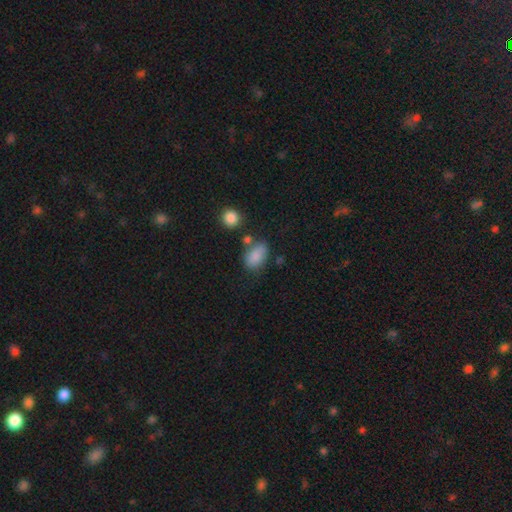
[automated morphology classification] smooth_or_featured: smooth (p=0.83) [alt: star or artifact p=0.09]
how_rounded: in between (p=0.87) [alt: round p=0.12]
merging: none (p=0.54) [alt: minor disturbance p=0.23]